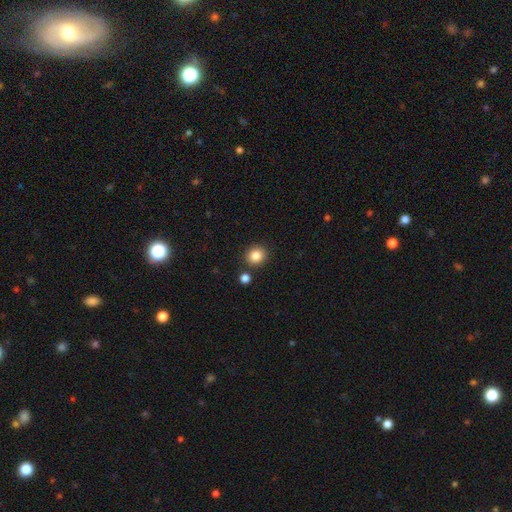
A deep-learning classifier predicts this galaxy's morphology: A smooth galaxy with no disk features (84%) that is round (86%). Merging: none (86%).